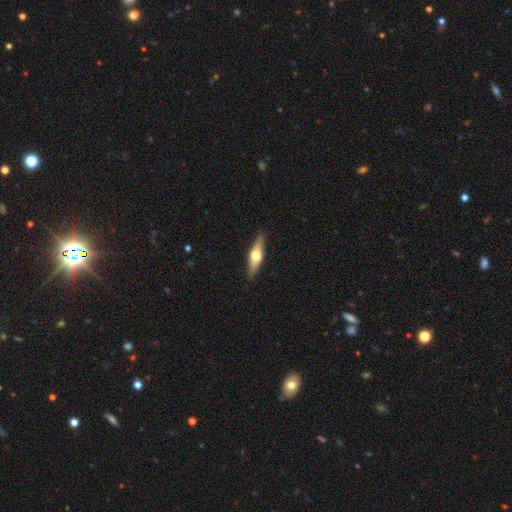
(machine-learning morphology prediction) A featured or disk galaxy (56%) viewed edge-on (94%) with a rounded central bulge (94%).

Vote fractions:
- Smooth or featured? featured or disk: 56% / smooth: 38% / star or artifact: 6%
- Edge-on disk? yes: 94% / no: 6%
- Edge-on bulge? rounded: 94% / boxy: 4% / none: 2%
- Merging? none: 89% / minor disturbance: 8% / major disturbance: 2% / merger: 1%